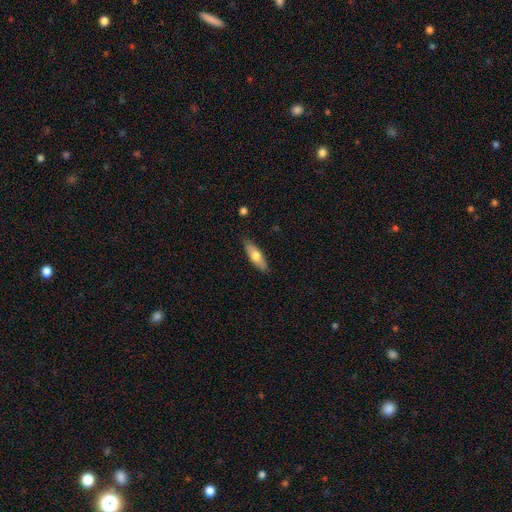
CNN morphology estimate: Q: Smooth or featured?
A: smooth (64%); runner-up: featured or disk (30%)
Q: How rounded?
A: in between (58%); runner-up: cigar-shaped (40%)
Q: Merging?
A: none (84%); runner-up: minor disturbance (13%)